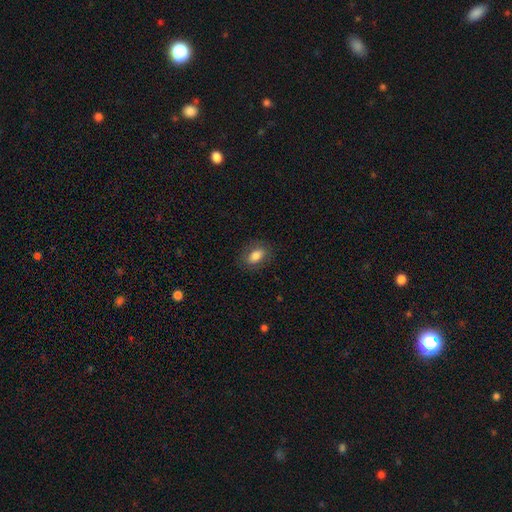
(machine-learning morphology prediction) Smooth or featured?
  - smooth: 80% *
  - featured or disk: 13%
  - star or artifact: 8%
How rounded?
  - in between: 84% *
  - round: 14%
  - cigar-shaped: 2%
Merging?
  - none: 83% *
  - minor disturbance: 12%
  - major disturbance: 4%
  - merger: 1%